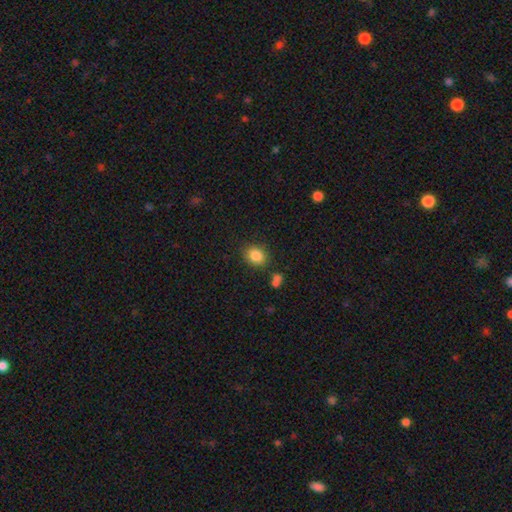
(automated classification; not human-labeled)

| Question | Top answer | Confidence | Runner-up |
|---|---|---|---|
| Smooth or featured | smooth | 85% | star or artifact (10%) |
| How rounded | round | 63% | in between (36%) |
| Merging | none | 83% | minor disturbance (11%) |